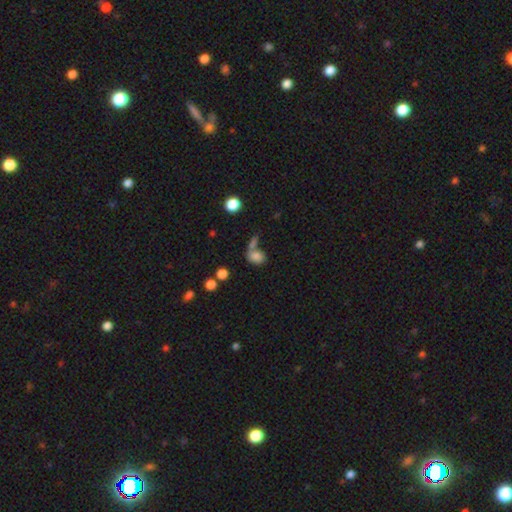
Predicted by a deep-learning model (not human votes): smooth_or_featured: smooth (p=0.80) [alt: star or artifact p=0.12]
how_rounded: in between (p=0.70) [alt: round p=0.27]
merging: merger (p=0.43) [alt: none p=0.38]